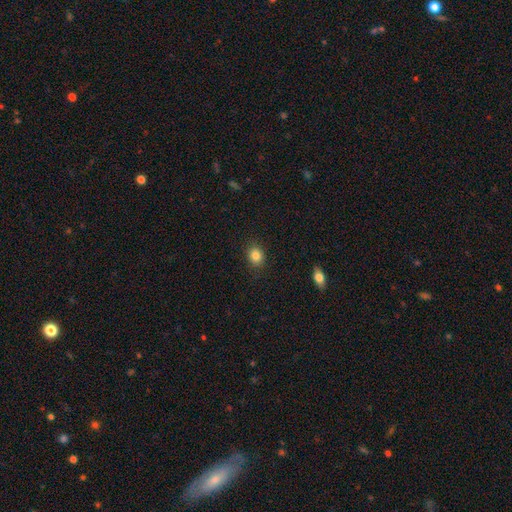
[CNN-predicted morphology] Smooth or featured?
  - smooth: 85% *
  - star or artifact: 10%
  - featured or disk: 5%
How rounded?
  - round: 62% *
  - in between: 37%
  - cigar-shaped: 1%
Merging?
  - none: 88% *
  - minor disturbance: 8%
  - major disturbance: 2%
  - merger: 1%